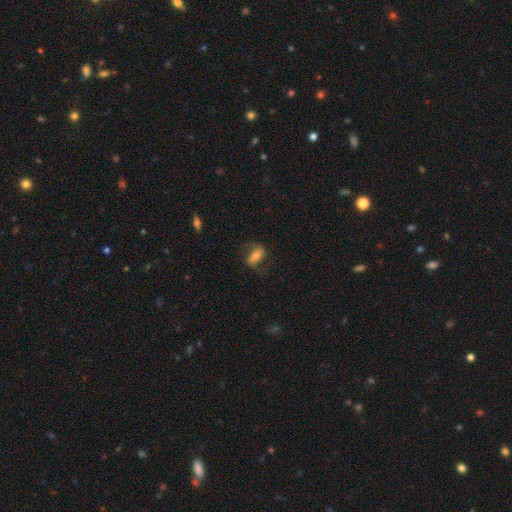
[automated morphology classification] Smooth or featured: featured or disk — 50% (smooth — 41%)
Edge-on disk: no — 90% (yes — 10%)
Merging: none — 66% (minor disturbance — 19%)